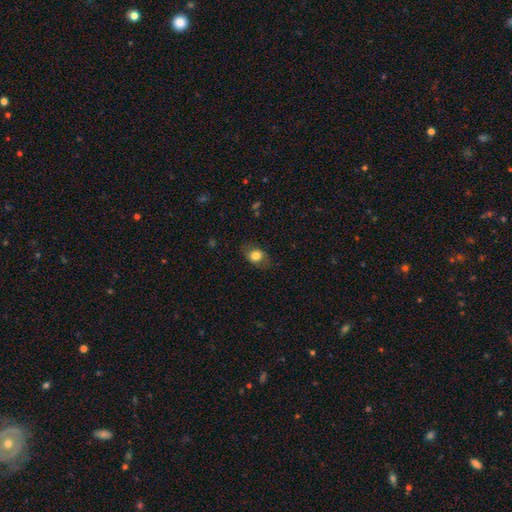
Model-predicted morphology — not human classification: This is likely a smooth galaxy (77%). How rounded: likely in between (62%). Merging: likely none (75%).